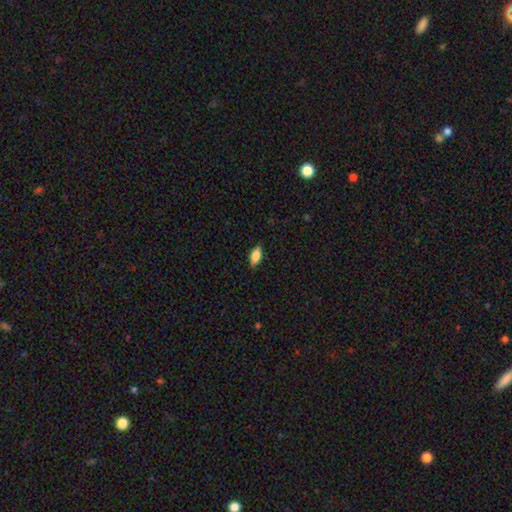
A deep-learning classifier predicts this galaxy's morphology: Smooth or featured: smooth — 78% (featured or disk — 14%)
How rounded: in between — 84% (cigar-shaped — 13%)
Merging: none — 84% (minor disturbance — 12%)